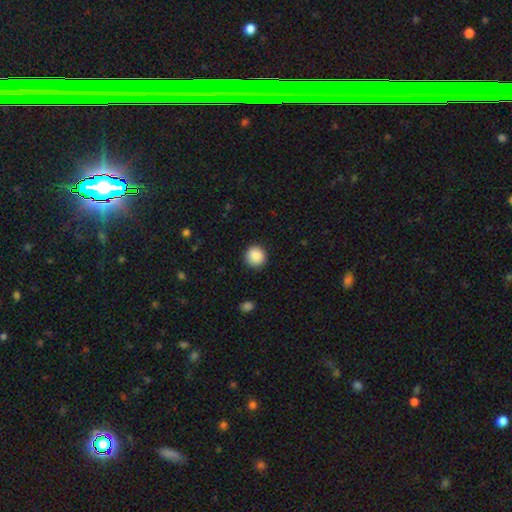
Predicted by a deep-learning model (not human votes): Smooth or featured: smooth — 89% (star or artifact — 8%)
How rounded: round — 94% (in between — 5%)
Merging: none — 90% (minor disturbance — 6%)